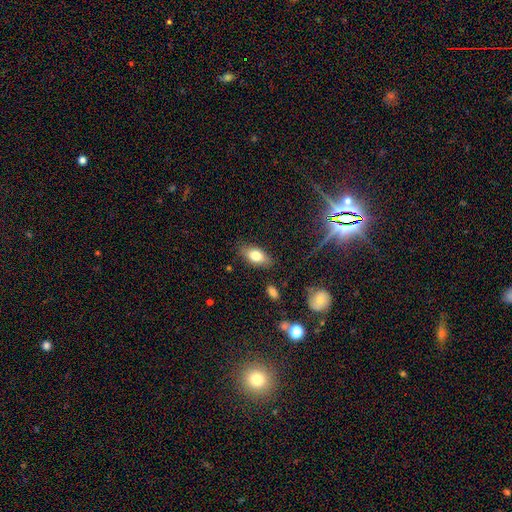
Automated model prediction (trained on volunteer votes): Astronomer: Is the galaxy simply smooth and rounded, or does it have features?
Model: smooth — 77%.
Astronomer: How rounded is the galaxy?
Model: in between — 87%.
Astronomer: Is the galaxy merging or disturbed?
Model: none — 82%.